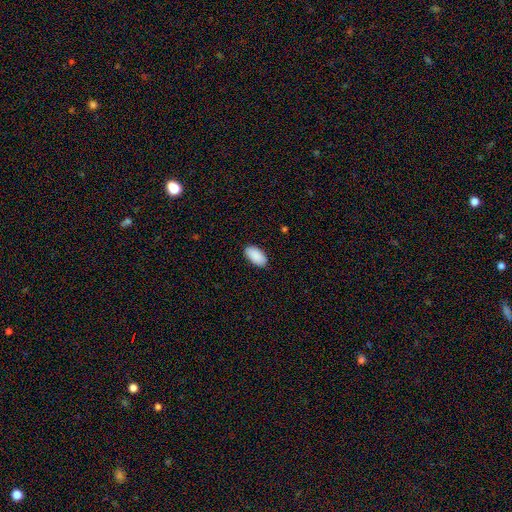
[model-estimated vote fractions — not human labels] Smooth or featured? Predicted: smooth (p=0.91). How rounded? Predicted: in between (p=0.96). Merging? Predicted: none (p=0.88).